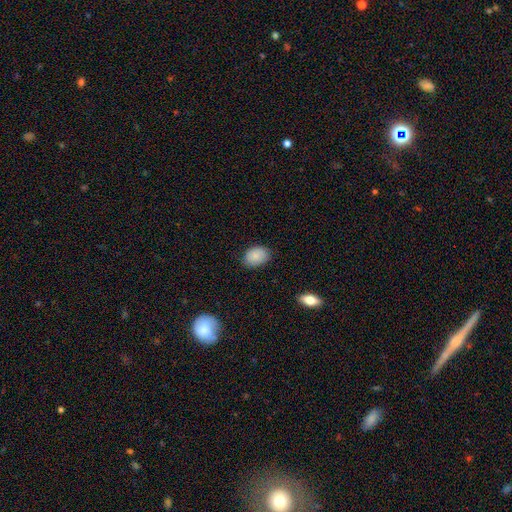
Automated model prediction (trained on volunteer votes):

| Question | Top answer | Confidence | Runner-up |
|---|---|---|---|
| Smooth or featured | smooth | 86% | star or artifact (8%) |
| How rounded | in between | 75% | round (24%) |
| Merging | none | 82% | minor disturbance (14%) |